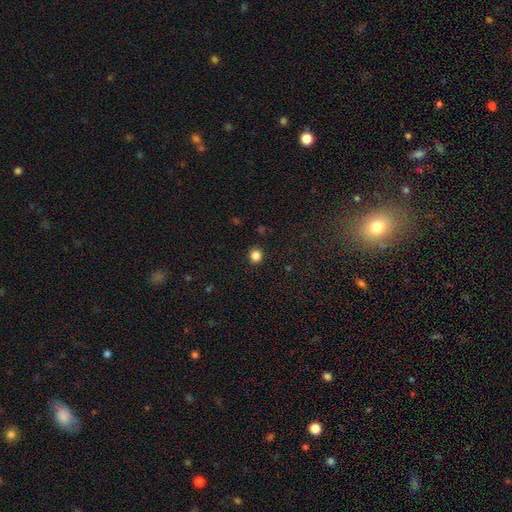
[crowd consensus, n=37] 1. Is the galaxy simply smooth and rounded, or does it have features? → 95% smooth, 5% star or artifact, 0% featured or disk.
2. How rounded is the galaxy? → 100% round, 0% in between, 0% cigar-shaped.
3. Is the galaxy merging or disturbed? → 97% none, 3% minor disturbance, 0% major disturbance, 0% merger.